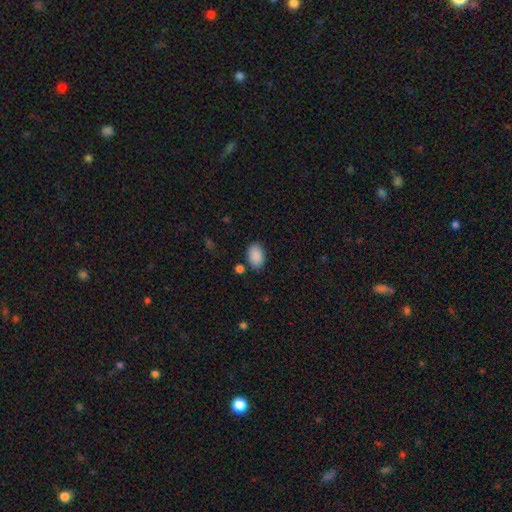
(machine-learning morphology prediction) A smooth galaxy with no disk features (89%) that is in between round and cigar-shaped (89%).

Vote fractions:
- Smooth or featured? smooth: 89% / star or artifact: 7% / featured or disk: 3%
- How rounded? in between: 89% / round: 9% / cigar-shaped: 1%
- Merging? none: 80% / minor disturbance: 12% / merger: 4% / major disturbance: 3%